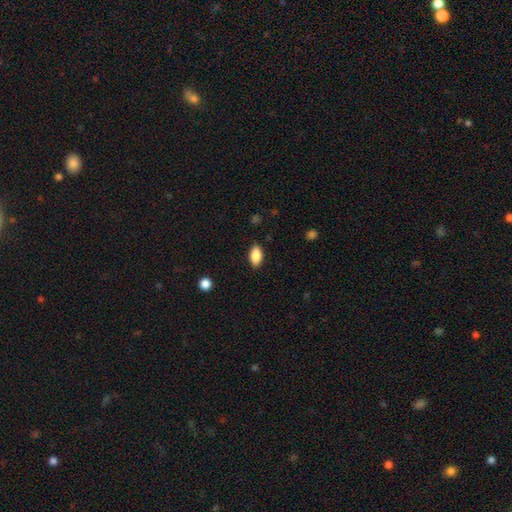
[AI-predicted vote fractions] Overall: smooth (85%). How rounded: in between (90%). Merging: none (86%).